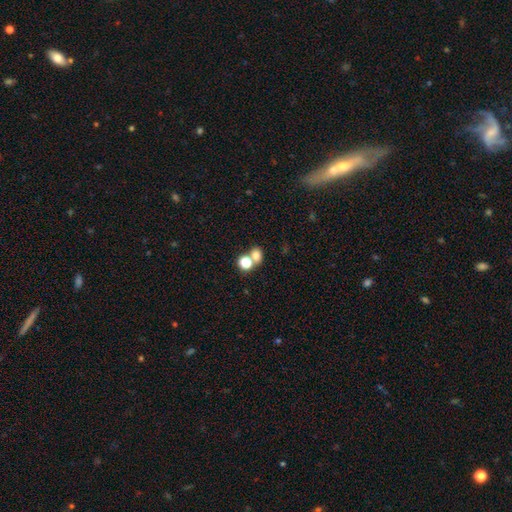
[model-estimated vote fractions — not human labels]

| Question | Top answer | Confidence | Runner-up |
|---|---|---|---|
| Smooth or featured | smooth | 74% | star or artifact (16%) |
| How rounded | round | 53% | in between (46%) |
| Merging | none | 45% | merger (43%) |